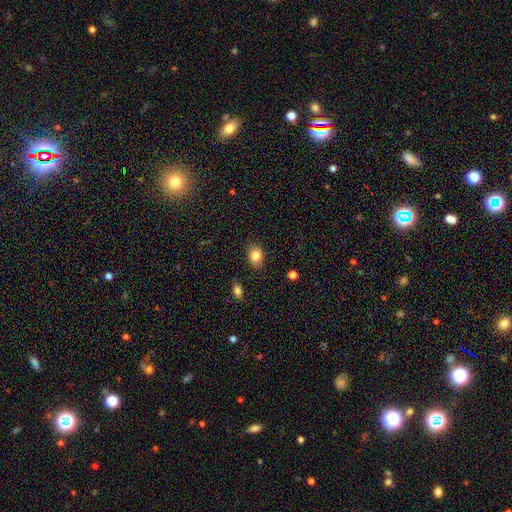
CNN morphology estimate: A smooth galaxy with no disk features (84%) that is in between round and cigar-shaped (69%).

Vote fractions:
- Smooth or featured? smooth: 84% / star or artifact: 9% / featured or disk: 7%
- How rounded? in between: 69% / round: 30% / cigar-shaped: 1%
- Merging? none: 85% / minor disturbance: 11% / major disturbance: 2% / merger: 1%